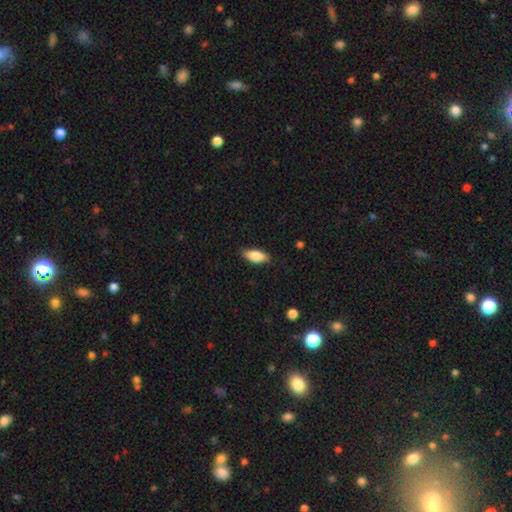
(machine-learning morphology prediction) The model was most divided on "merging": none: 84%, minor disturbance: 12%, major disturbance: 2%, merger: 1%. More confident: how rounded — in between (85%); smooth or featured — smooth (83%).